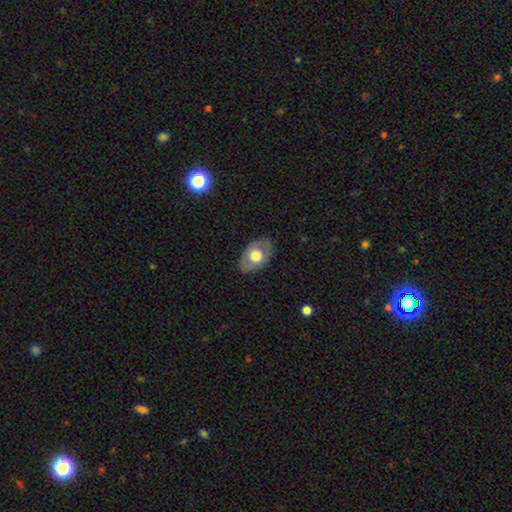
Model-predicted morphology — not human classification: This appears to be a featured or disk galaxy (47%, tied with smooth). Merging: none (81%).